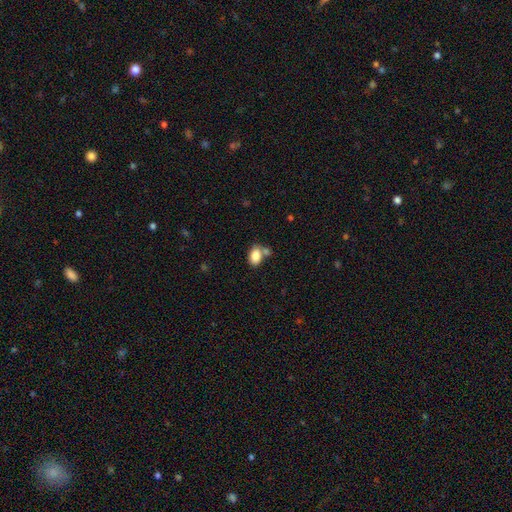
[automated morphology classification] Smooth or featured? Predicted: smooth (p=0.85). How rounded? Predicted: in between (p=0.86). Merging? Predicted: none (p=0.53).